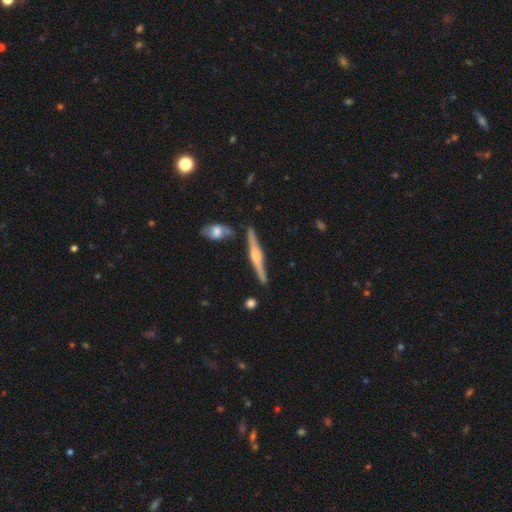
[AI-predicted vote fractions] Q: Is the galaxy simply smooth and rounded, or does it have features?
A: featured or disk — 81%.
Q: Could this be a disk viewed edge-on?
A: yes — 98%.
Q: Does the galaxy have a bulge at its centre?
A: rounded — 88%.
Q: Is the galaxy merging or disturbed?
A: none — 87%.